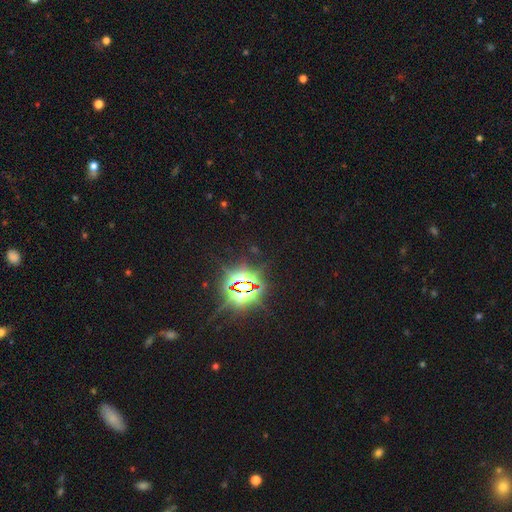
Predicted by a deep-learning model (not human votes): Overall: star or artifact (82%).